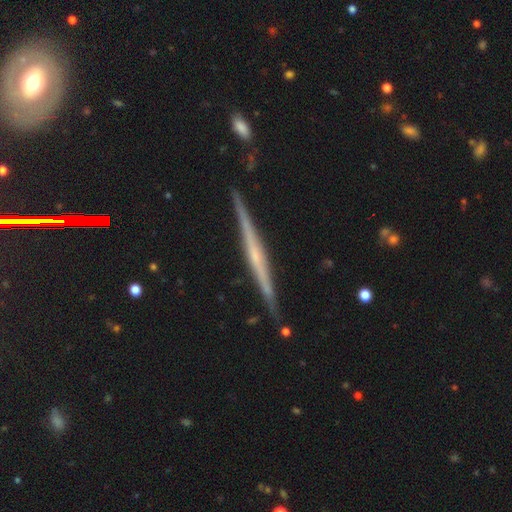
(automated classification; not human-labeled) Morphology: type=featured or disk (77%); edge-on=yes (98%); edge-on bulge=none (54%); merging=none (88%).